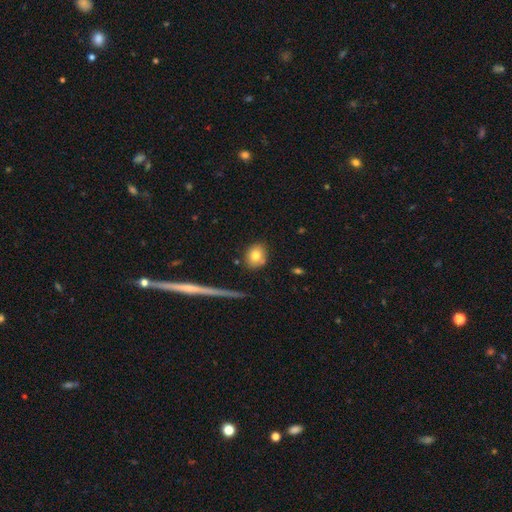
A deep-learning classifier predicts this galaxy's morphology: Overall: smooth (78%). How rounded: round (70%). Merging: none (83%).